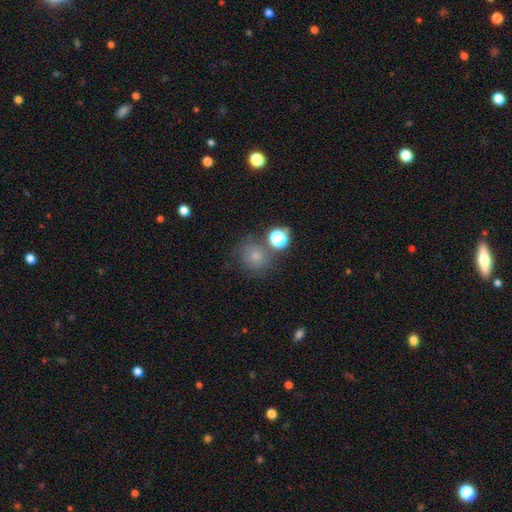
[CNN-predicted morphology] smooth 73%, star or artifact 18%, featured or disk 9%. Down the decision tree: how rounded — round (84%); merging — none (67%).